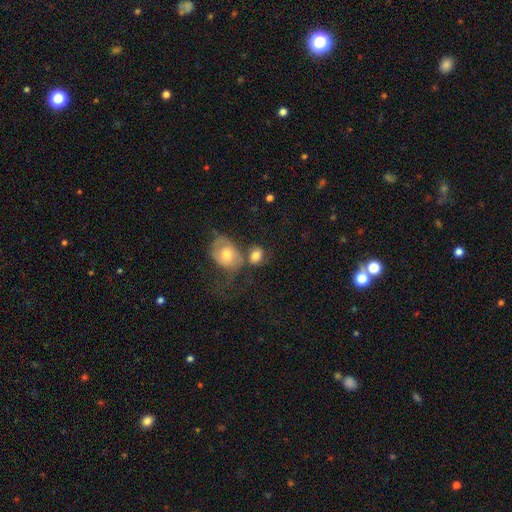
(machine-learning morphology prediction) A smooth galaxy with no disk features (67%) that is in between round and cigar-shaped (59%). Merging: merger (44%).